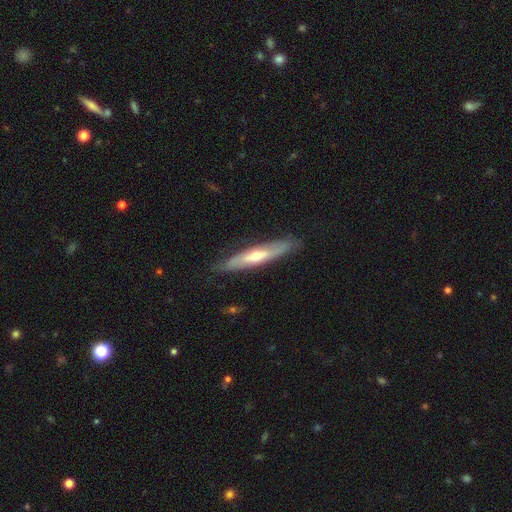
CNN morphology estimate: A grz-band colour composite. It shows a featured or disk galaxy (58%) viewed edge-on (72%). Merging: none (83%).